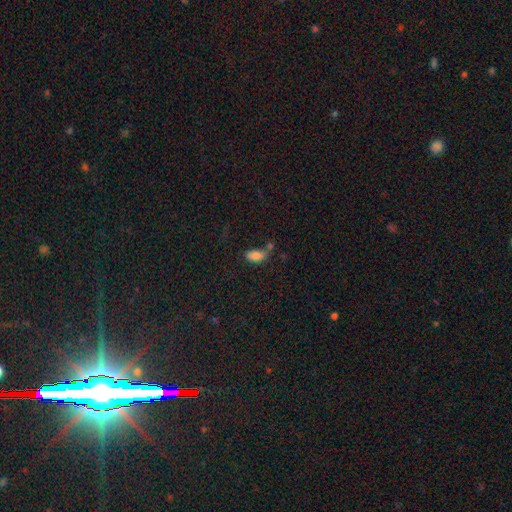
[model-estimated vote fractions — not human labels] smooth-or-featured: smooth: 80% | star or artifact: 10% | featured or disk: 9%
  how-rounded: in between: 90% | round: 5% | cigar-shaped: 5%
  merging: none: 39% | merger: 27% | minor disturbance: 21% | major disturbance: 13%